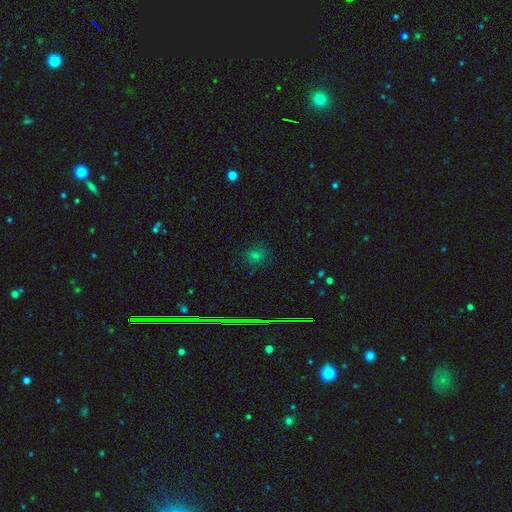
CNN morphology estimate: A smooth galaxy with no disk features (55%) that is round (85%). Merging: none (86%).